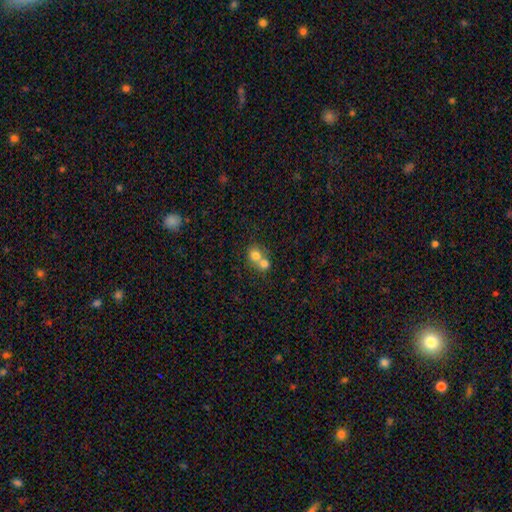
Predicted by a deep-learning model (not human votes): Overall: smooth (74%). How rounded: round (78%). Merging: merger (66%; none 27%).